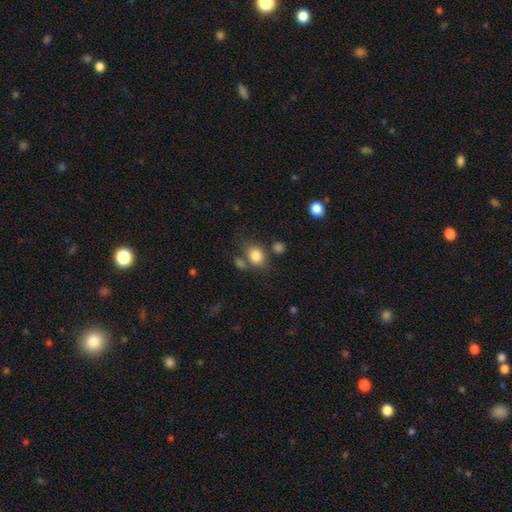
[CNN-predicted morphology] The model was most divided on "how rounded": in between: 53%, round: 46%, cigar-shaped: 1%. More confident: smooth or featured — smooth (82%); merging — none (64%).